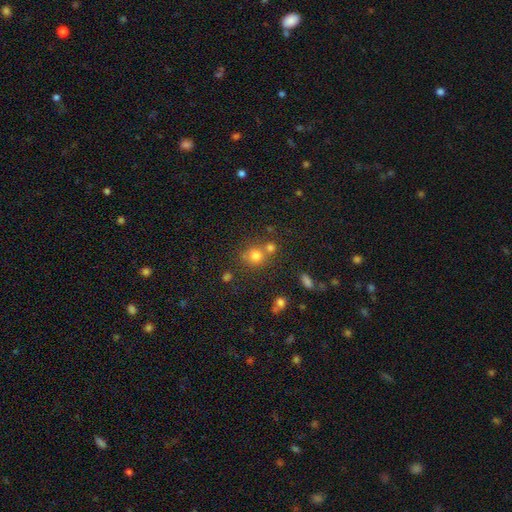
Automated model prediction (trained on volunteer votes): smooth 75%, star or artifact 15%, featured or disk 10%. Down the decision tree: how rounded — round (80%); merging — none (53%).